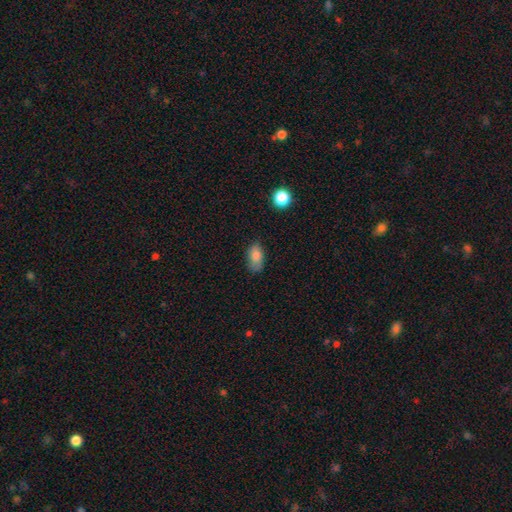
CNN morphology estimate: Smooth or featured? smooth (81%)
How rounded? in between (88%)
Merging? none (71%)